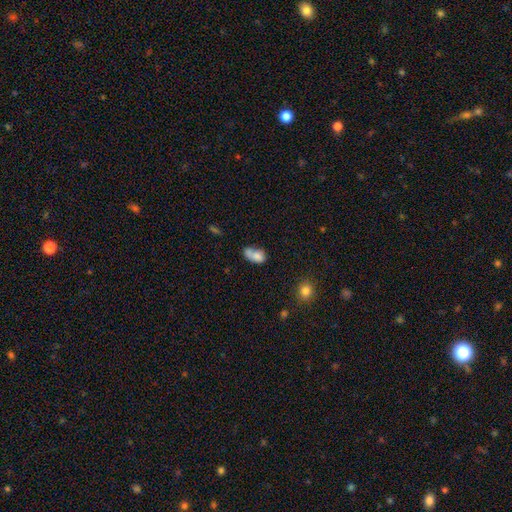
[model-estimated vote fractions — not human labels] Overall: smooth (76%). How rounded: in between (84%). Merging: merger (38%; none 29%).